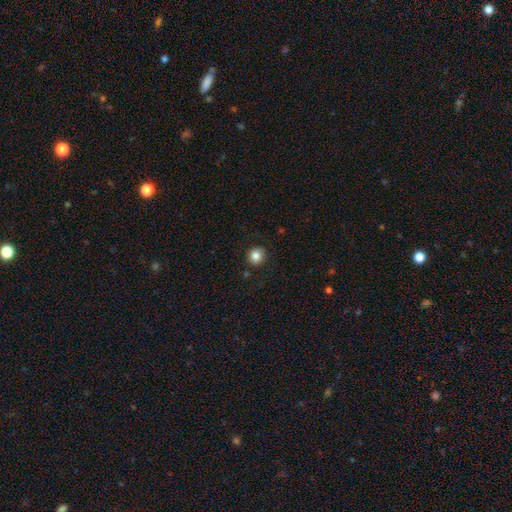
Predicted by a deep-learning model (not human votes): Overall: smooth (83%). How rounded: round (85%). Merging: none (86%).